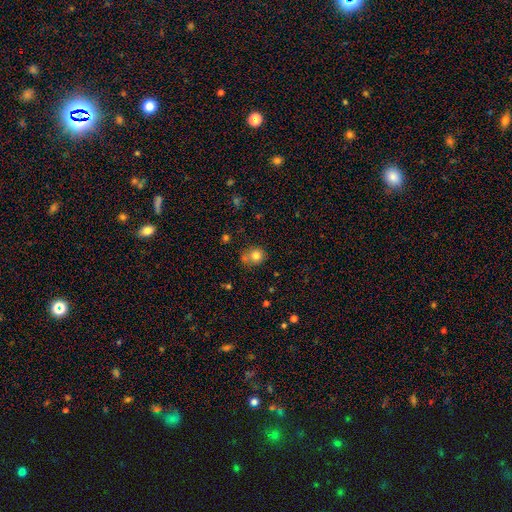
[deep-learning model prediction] smooth 79%, star or artifact 12%, featured or disk 9%. Down the decision tree: how rounded — round (81%); merging — none (60%).